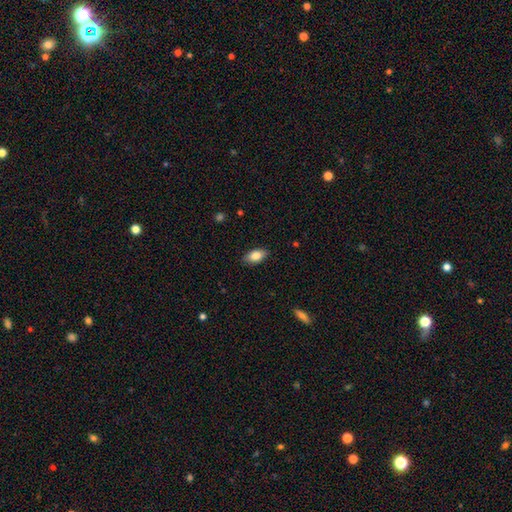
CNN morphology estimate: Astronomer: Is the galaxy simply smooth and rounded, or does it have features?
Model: smooth — 82%.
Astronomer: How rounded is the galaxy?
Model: in between — 91%.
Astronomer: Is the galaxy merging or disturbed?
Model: none — 87%.